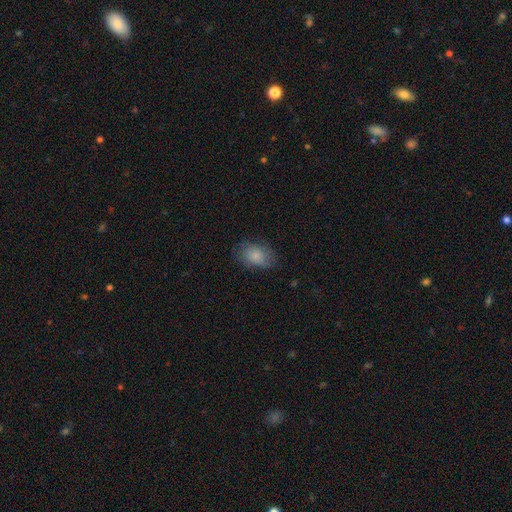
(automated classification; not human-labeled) Smooth or featured? Predicted: smooth (p=0.83). How rounded? Predicted: in between (p=0.82). Merging? Predicted: none (p=0.71).